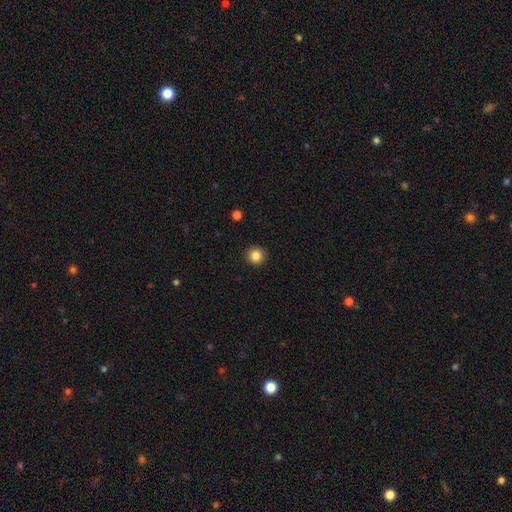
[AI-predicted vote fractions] Smooth or featured?
  - smooth: 85% *
  - star or artifact: 10%
  - featured or disk: 5%
How rounded?
  - round: 94% *
  - in between: 5%
  - cigar-shaped: 1%
Merging?
  - none: 93% *
  - minor disturbance: 5%
  - major disturbance: 2%
  - merger: 1%